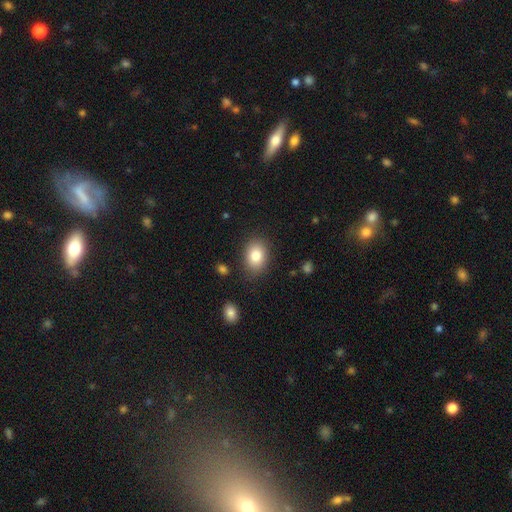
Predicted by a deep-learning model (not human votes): A smooth galaxy with no disk features (83%) that is in between round and cigar-shaped (71%). Merging: none (84%).